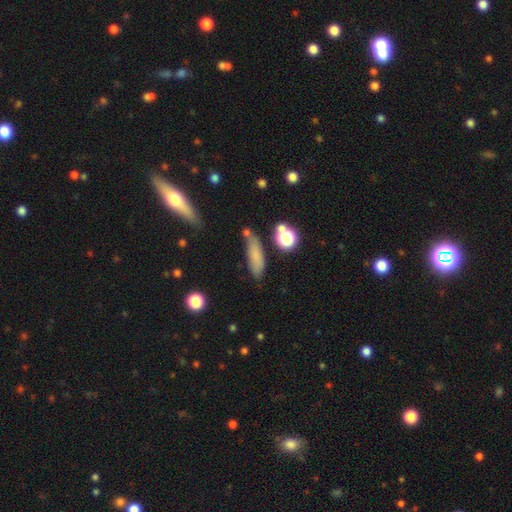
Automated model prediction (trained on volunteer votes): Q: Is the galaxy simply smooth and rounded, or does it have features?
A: smooth — 75%.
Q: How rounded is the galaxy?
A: cigar-shaped — 57%.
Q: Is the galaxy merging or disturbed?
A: none — 66%.